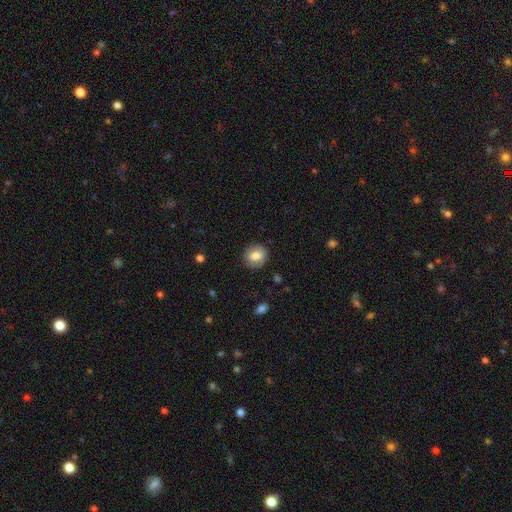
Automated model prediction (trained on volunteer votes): The model was most divided on "how rounded": round: 76%, in between: 23%, cigar-shaped: 1%. More confident: merging — none (86%); smooth or featured — smooth (77%).